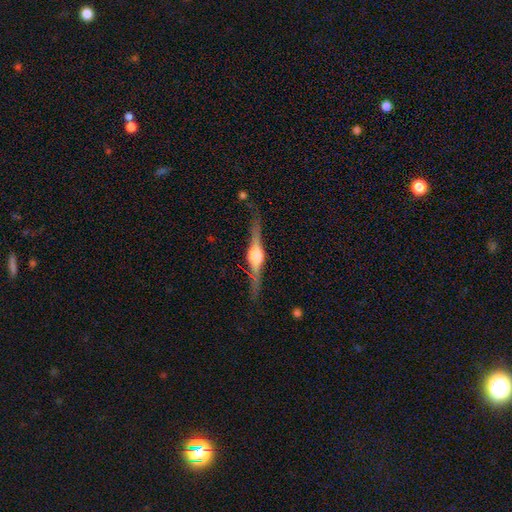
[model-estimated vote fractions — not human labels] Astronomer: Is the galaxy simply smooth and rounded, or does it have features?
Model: featured or disk — 84%.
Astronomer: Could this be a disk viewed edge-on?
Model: yes — 98%.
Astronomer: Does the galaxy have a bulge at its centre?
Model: rounded — 91%.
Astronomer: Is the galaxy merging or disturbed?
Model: none — 87%.